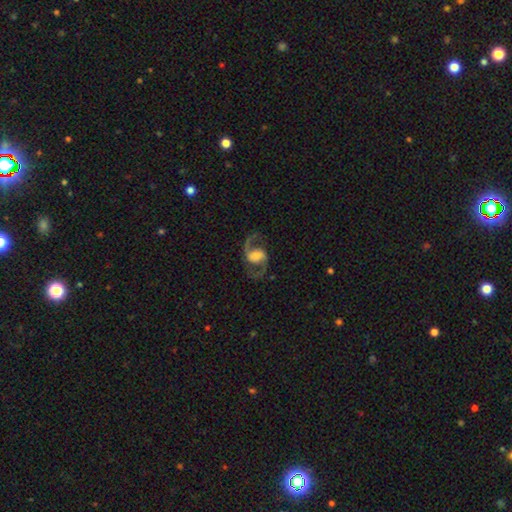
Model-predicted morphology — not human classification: type=featured or disk (90%); edge-on=no (98%); bar=weak (42%); spiral arms=yes (97%); winding=medium (49%); arm count=2 (94%); bulge=moderate (34%); merging=none (79%).